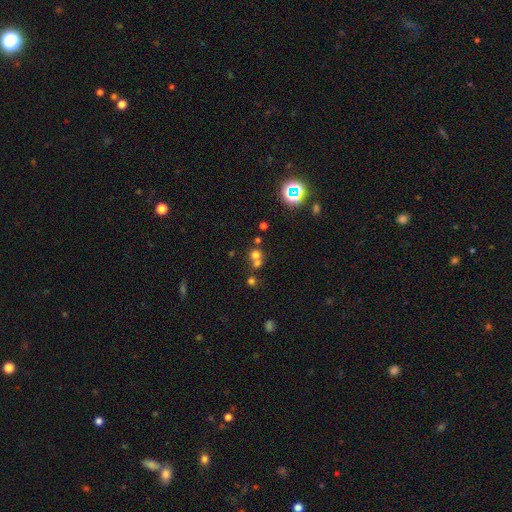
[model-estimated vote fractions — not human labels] A smooth galaxy with no disk features (61%) that is round (86%). Merging: merger (48%).